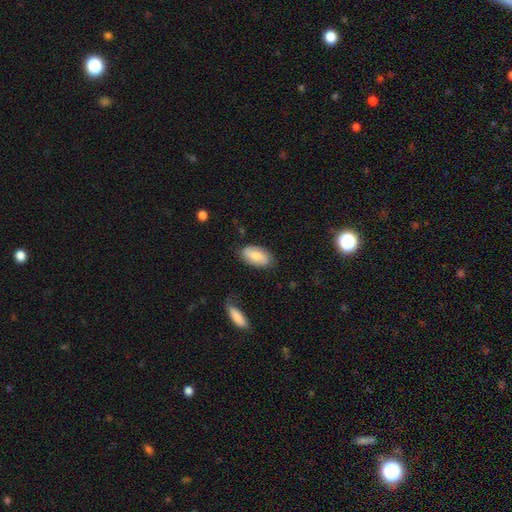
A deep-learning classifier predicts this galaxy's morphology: Smooth or featured? Predicted: smooth (p=0.77). How rounded? Predicted: in between (p=0.93). Merging? Predicted: none (p=0.76).